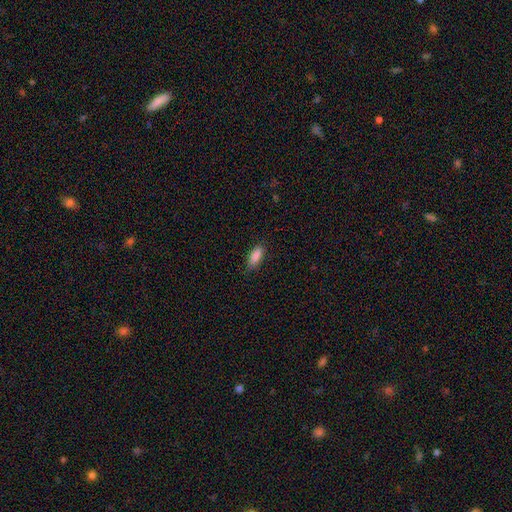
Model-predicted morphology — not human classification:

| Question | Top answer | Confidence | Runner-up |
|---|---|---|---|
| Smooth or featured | smooth | 87% | star or artifact (7%) |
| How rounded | in between | 72% | cigar-shaped (26%) |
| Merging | none | 83% | minor disturbance (13%) |